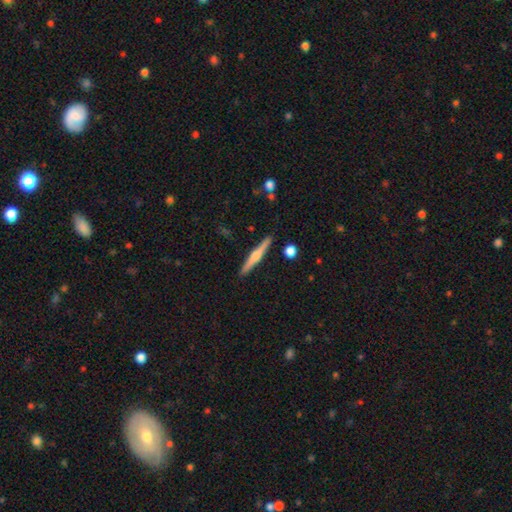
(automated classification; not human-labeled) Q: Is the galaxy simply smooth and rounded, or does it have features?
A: featured or disk — 61%.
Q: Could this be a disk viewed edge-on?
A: yes — 98%.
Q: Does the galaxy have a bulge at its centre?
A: rounded — 82%.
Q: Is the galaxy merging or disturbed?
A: none — 91%.